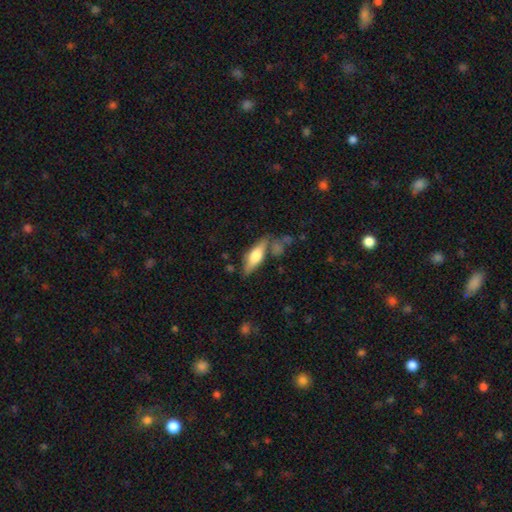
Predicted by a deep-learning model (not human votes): A smooth galaxy with no disk features (54%) that is cigar-shaped (49%).

Vote fractions:
- Smooth or featured? smooth: 54% / featured or disk: 40% / star or artifact: 6%
- How rounded? cigar-shaped: 49% / in between: 48% / round: 3%
- Merging? none: 69% / minor disturbance: 16% / merger: 9% / major disturbance: 5%